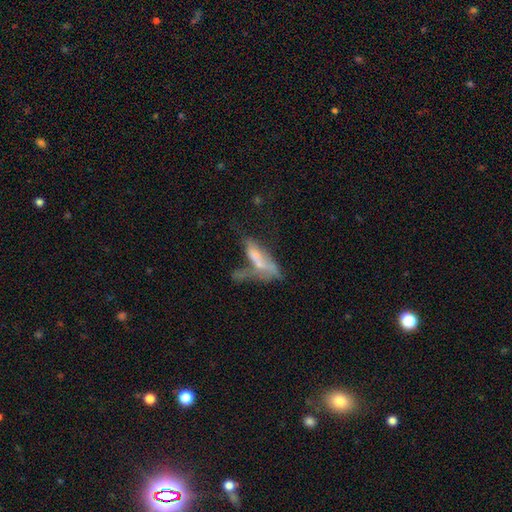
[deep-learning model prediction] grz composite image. It shows a smooth galaxy with no disk features (46%). Merging: merger (42%).